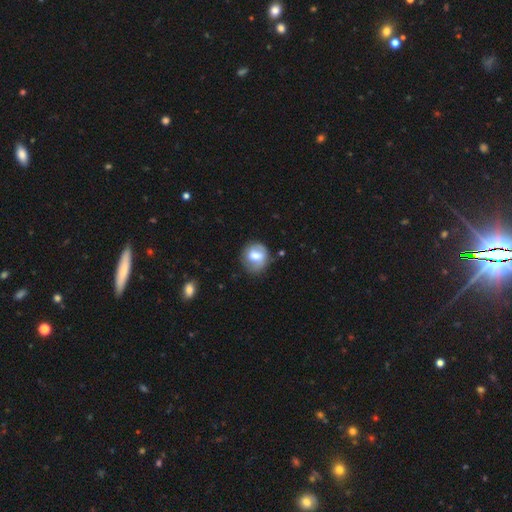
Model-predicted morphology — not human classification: This appears to be a smooth galaxy with no disk features (63%) that is round (75%). Merging: none (69%).